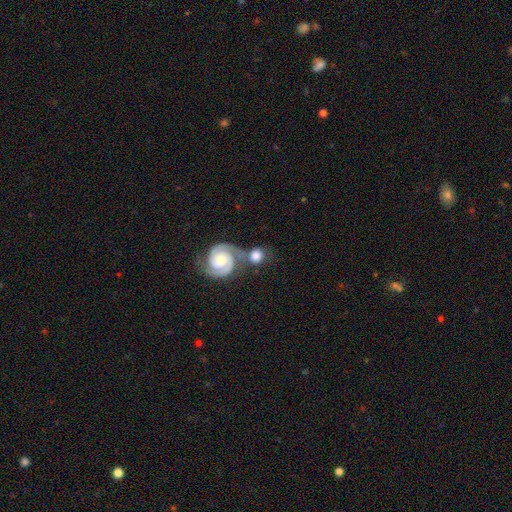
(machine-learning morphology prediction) smooth-or-featured: featured or disk: 52% | smooth: 41% | star or artifact: 7%
  disk-edge-on: no: 96% | yes: 4%
  merging: none: 43% | merger: 41% | minor disturbance: 11% | major disturbance: 6%